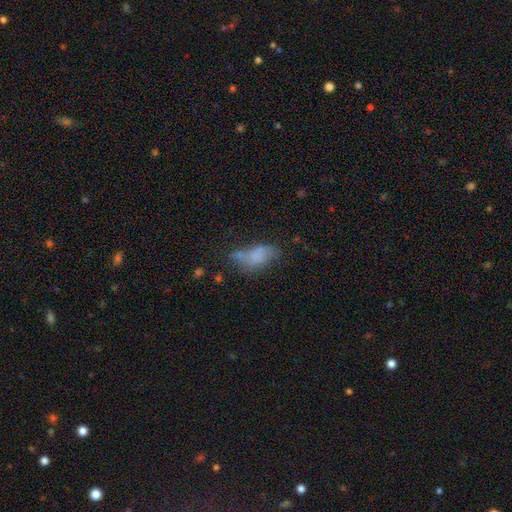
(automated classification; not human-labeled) This is likely a smooth galaxy (61%). How rounded: clearly in between (86%). Merging: marginally none (36%).